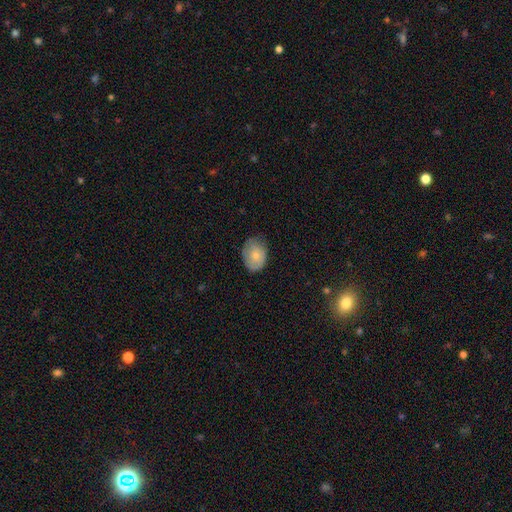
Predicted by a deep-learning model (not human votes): Smooth or featured? smooth (72%)
How rounded? in between (68%)
Merging? none (65%)